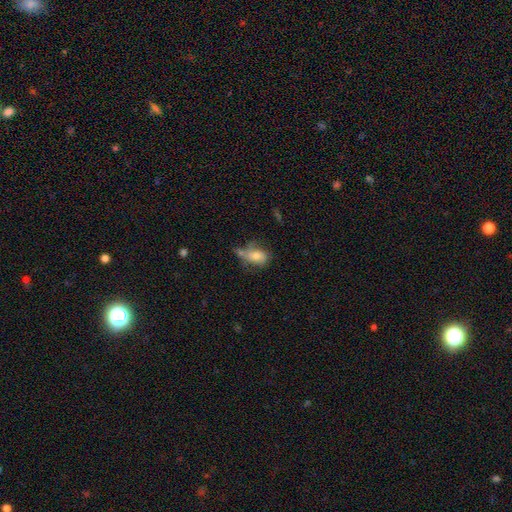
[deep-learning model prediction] The model was most divided on "merging": none: 36%, minor disturbance: 27%, major disturbance: 20%, merger: 17%. More confident: how rounded — in between (80%); smooth or featured — smooth (62%).